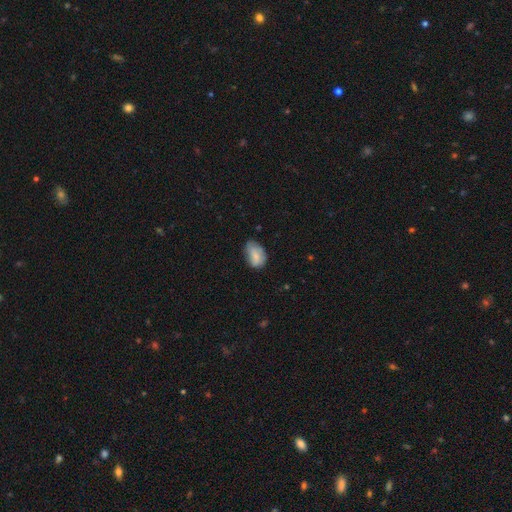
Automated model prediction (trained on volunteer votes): Q: Smooth or featured?
A: smooth (76%); runner-up: featured or disk (16%)
Q: How rounded?
A: in between (88%); runner-up: round (11%)
Q: Merging?
A: none (50%); runner-up: minor disturbance (37%)